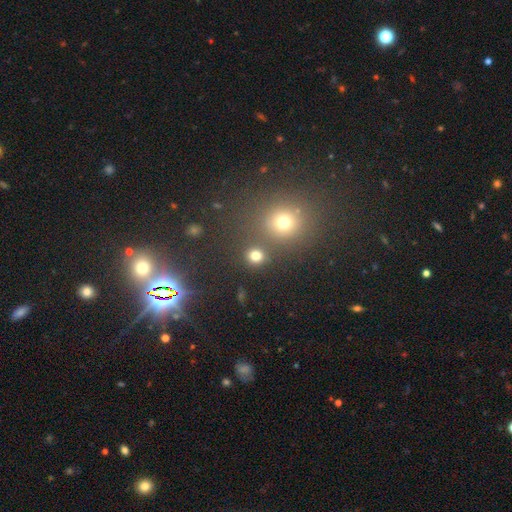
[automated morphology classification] Smooth or featured? smooth (76%)
How rounded? round (86%)
Merging? none (78%)